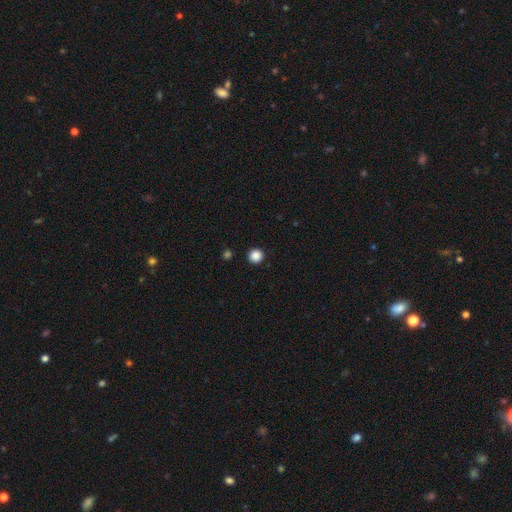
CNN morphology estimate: smooth-or-featured: smooth: 88% | star or artifact: 10% | featured or disk: 2%
  how-rounded: round: 95% | in between: 4% | cigar-shaped: 1%
  merging: none: 93% | minor disturbance: 4% | major disturbance: 2% | merger: 1%